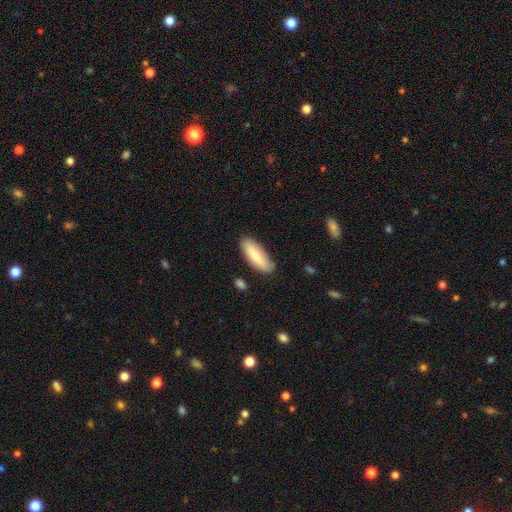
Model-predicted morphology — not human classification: Smooth or featured: smooth — 77% (featured or disk — 18%)
How rounded: in between — 64% (cigar-shaped — 34%)
Merging: none — 83% (minor disturbance — 13%)